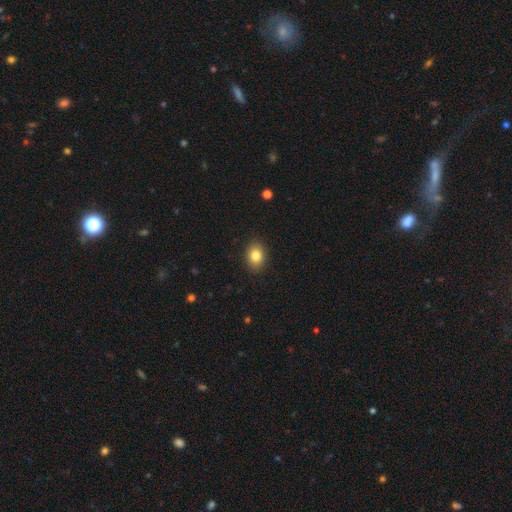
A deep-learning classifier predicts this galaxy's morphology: type=smooth (84%); roundness=in between (61%); merging=none (89%).